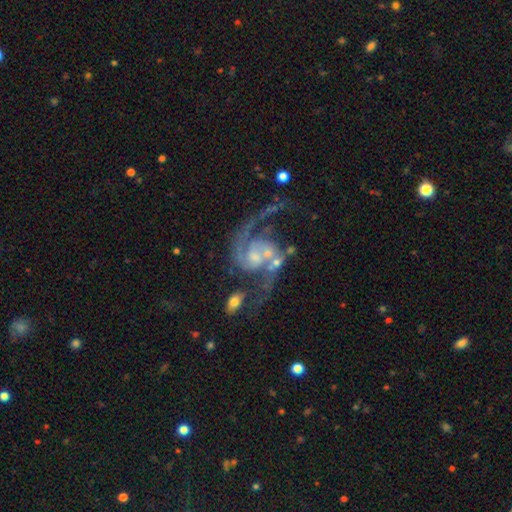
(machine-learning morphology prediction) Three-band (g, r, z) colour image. It shows a featured or disk galaxy (91%) with no bar (58%), 2 (91%) medium (51%) spiral arms (98%) and a small central bulge (45%). Merging: none (47%).